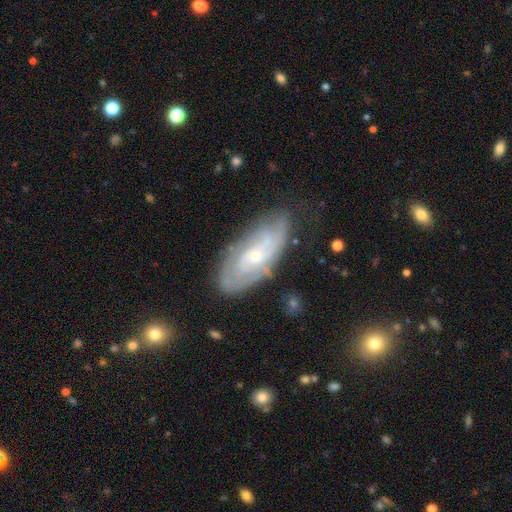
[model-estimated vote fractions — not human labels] Smooth or featured? featured or disk (77%)
Edge-on disk? no (91%)
Bar? no (67%)
Spiral arms? yes (89%)
Spiral winding? tight (63%)
Spiral arm count? can't tell (48%)
Bulge size? small (73%)
Merging? none (68%)